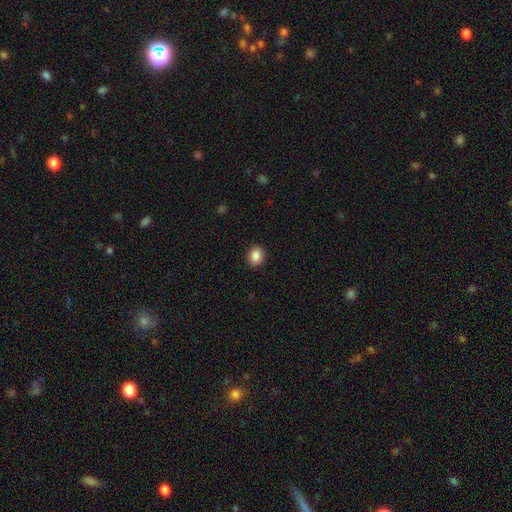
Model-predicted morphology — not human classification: smooth 87%, star or artifact 9%, featured or disk 4%. Down the decision tree: how rounded — round (57%); merging — none (91%).